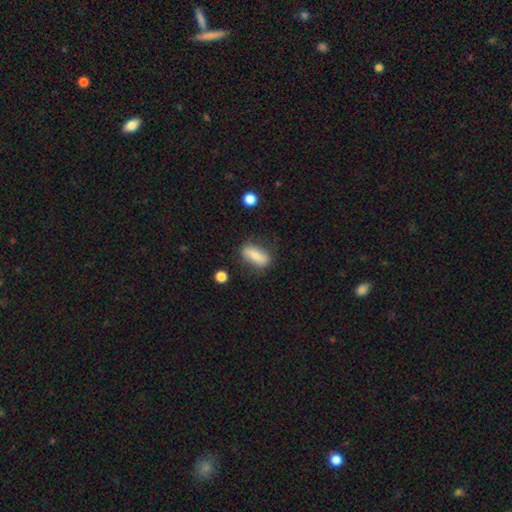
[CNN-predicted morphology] Smooth or featured?
  - smooth: 75% *
  - featured or disk: 18%
  - star or artifact: 7%
How rounded?
  - in between: 75% *
  - cigar-shaped: 21%
  - round: 5%
Merging?
  - none: 78% *
  - minor disturbance: 15%
  - major disturbance: 4%
  - merger: 2%